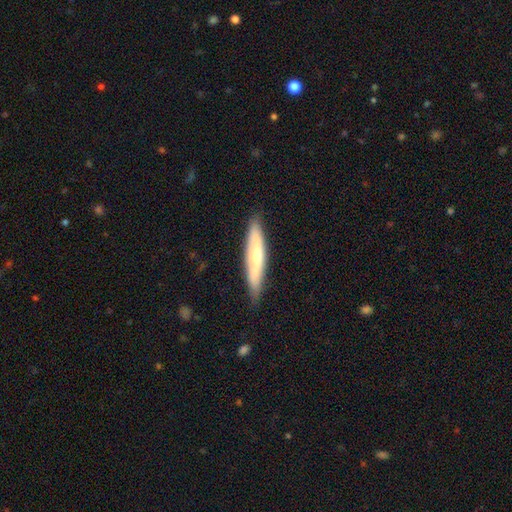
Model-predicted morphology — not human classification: A smooth galaxy with no disk features (51%) that is cigar-shaped (91%).

Vote fractions:
- Smooth or featured? smooth: 51% / featured or disk: 42% / star or artifact: 7%
- How rounded? cigar-shaped: 91% / in between: 8% / round: 1%
- Merging? none: 88% / minor disturbance: 9% / major disturbance: 2% / merger: 1%